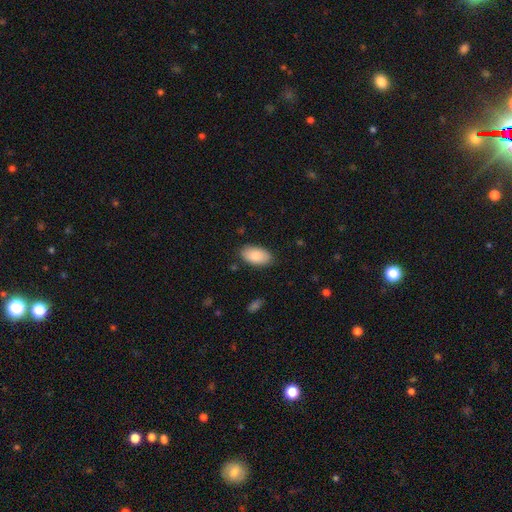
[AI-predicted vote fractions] Morphology: type=smooth (84%); roundness=in between (95%); merging=none (84%).